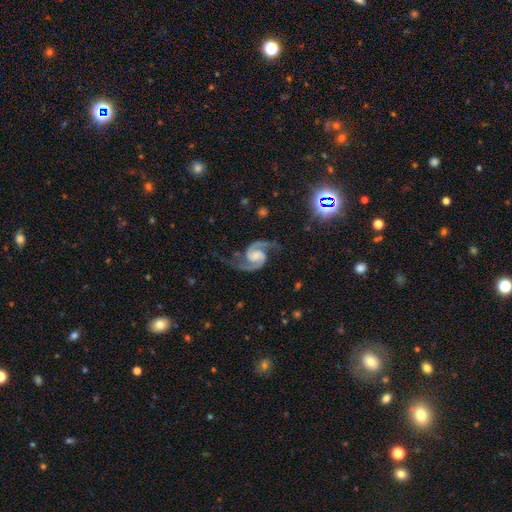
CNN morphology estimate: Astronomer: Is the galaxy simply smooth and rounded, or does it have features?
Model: featured or disk — 93%.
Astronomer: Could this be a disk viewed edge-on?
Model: no — 98%.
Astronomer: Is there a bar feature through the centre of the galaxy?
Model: no — 45% (runner-up: weak, 41%).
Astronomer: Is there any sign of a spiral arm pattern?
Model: yes — 99%.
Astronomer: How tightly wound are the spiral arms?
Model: medium — 60%.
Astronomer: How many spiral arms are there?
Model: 2 — 95%.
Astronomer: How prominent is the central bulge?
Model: moderate — 32% (runner-up: small, 28%).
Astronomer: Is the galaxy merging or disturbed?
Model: none — 73%.